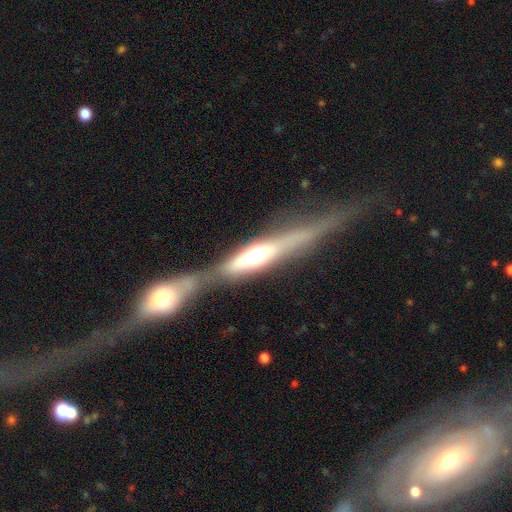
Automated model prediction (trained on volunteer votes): Q: Smooth or featured?
A: featured or disk (60%); runner-up: smooth (33%)
Q: Edge-on disk?
A: yes (86%); runner-up: no (14%)
Q: Edge-on bulge?
A: rounded (78%); runner-up: boxy (15%)
Q: Merging?
A: merger (49%); runner-up: none (31%)